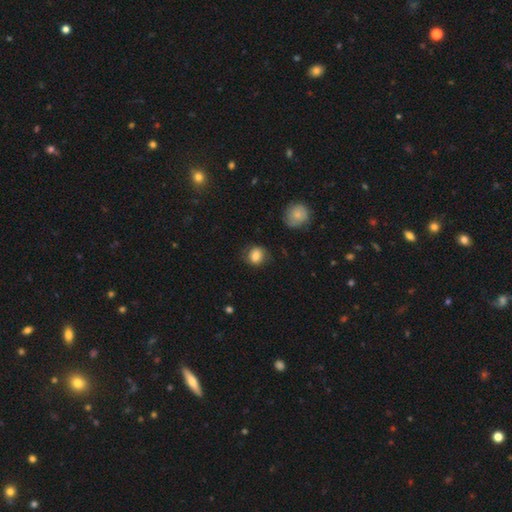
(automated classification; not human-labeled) Overall: smooth (80%). How rounded: round (76%). Merging: none (77%).